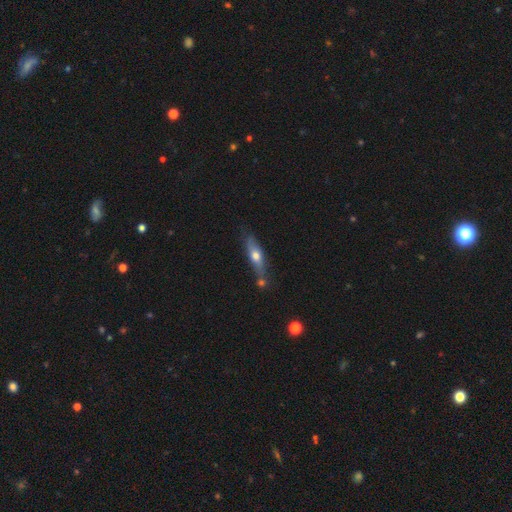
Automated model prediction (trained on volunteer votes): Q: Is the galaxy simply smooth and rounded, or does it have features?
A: smooth — 52%.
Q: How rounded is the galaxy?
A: cigar-shaped — 60%.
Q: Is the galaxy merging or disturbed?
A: none — 62%.